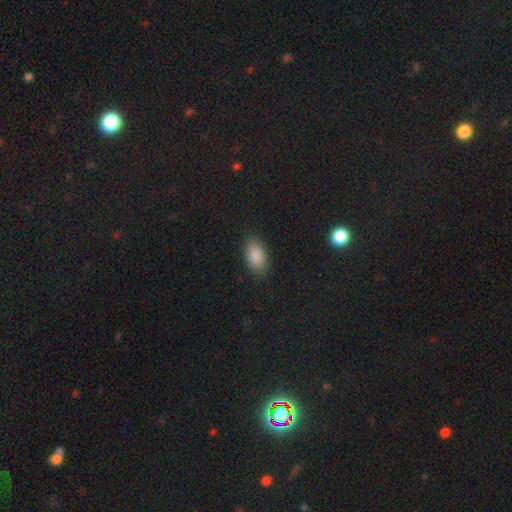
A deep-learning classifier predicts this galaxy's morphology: Smooth or featured? smooth (87%)
How rounded? in between (93%)
Merging? none (86%)